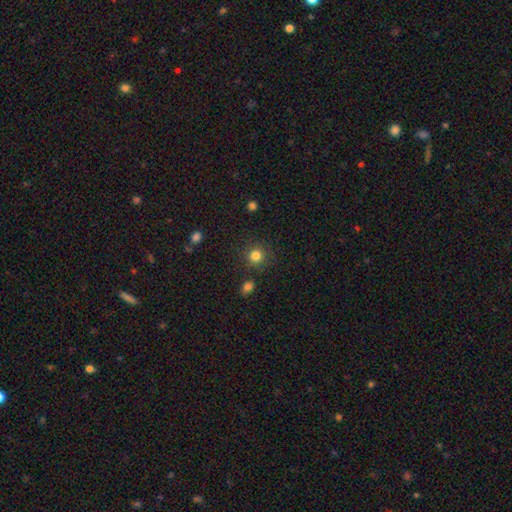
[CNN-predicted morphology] smooth_or_featured: smooth (p=0.82) [alt: star or artifact p=0.13]
how_rounded: round (p=0.91) [alt: in between p=0.08]
merging: none (p=0.85) [alt: minor disturbance p=0.08]